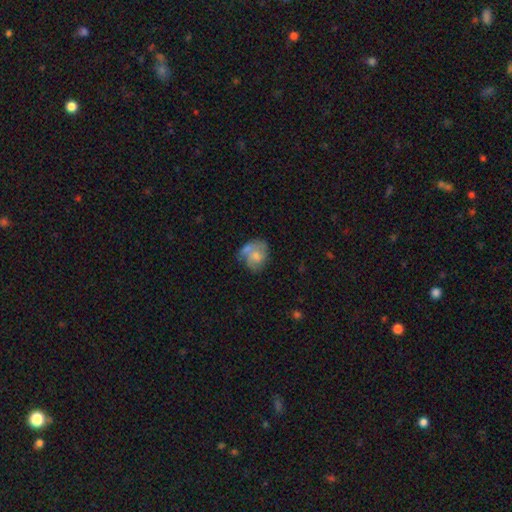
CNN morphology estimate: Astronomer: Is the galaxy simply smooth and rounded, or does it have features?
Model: smooth — 51% (runner-up: featured or disk, 40%).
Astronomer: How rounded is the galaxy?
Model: round — 54% (runner-up: in between, 45%).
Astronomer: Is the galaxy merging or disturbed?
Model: none — 40% (runner-up: minor disturbance, 23%).